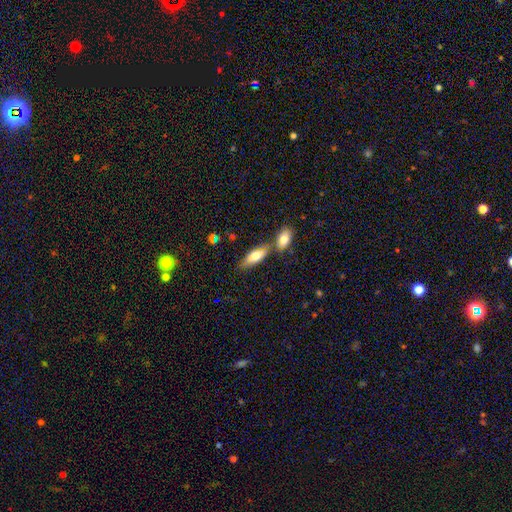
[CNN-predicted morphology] Smooth or featured: smooth — 74% (featured or disk — 20%)
How rounded: in between — 76% (cigar-shaped — 22%)
Merging: none — 54% (merger — 30%)